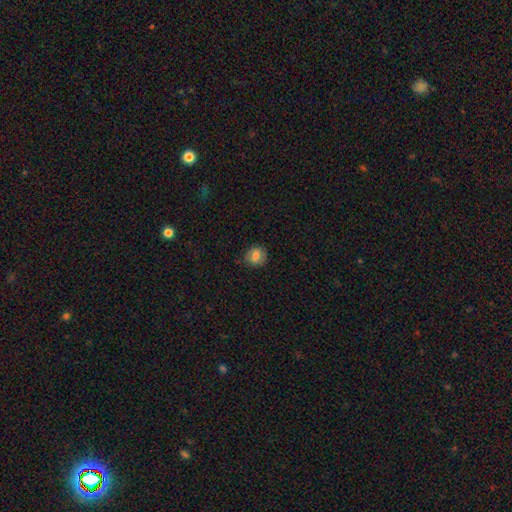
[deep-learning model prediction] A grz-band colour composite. It shows a smooth galaxy with no disk features (73%) that is round (74%). Merging: none (78%).